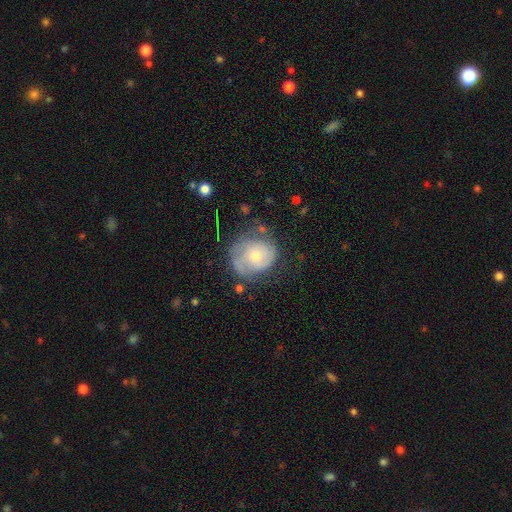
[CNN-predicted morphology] Overall: featured or disk (57%; smooth 36%). Edge-on disk: no (97%). Bar: no (78%). Spiral arms: yes (75%). Bulge size: small (52%; moderate 43%). Merging: none (51%; minor disturbance 27%).